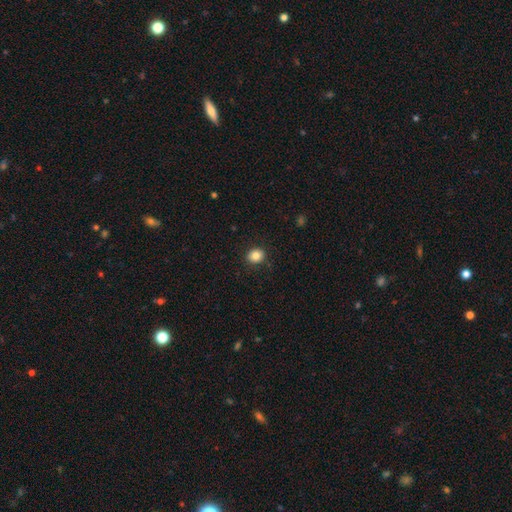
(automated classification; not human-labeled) Overall: smooth (84%). How rounded: round (65%; in between 34%). Merging: none (89%).